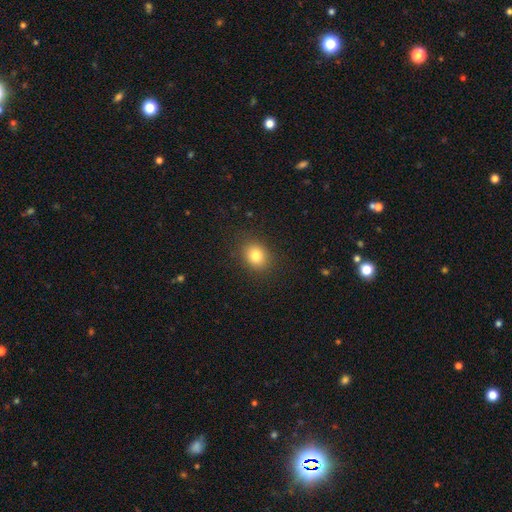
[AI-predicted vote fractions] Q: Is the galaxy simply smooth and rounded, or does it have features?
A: smooth — 81%.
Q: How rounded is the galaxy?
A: round — 62%.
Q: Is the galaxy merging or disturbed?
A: none — 87%.